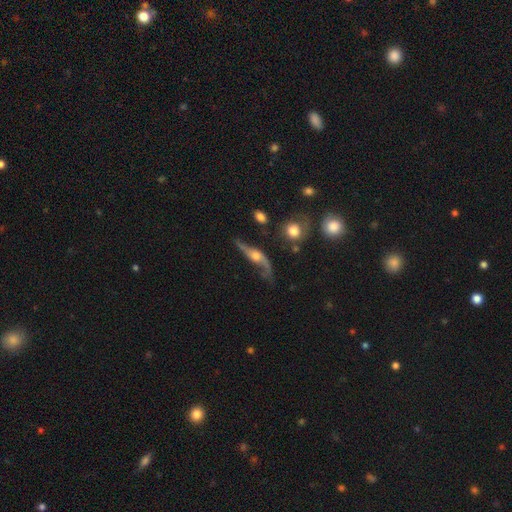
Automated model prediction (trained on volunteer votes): This is clearly a featured or disk galaxy (81%). It is likely not viewed edge-on (71%). Bar: likely no (63%). Spiral arm pattern: clearly yes (92%). Spiral arm count: clearly 2 (89%). Spiral winding: clearly loose (89%). Central bulge: possibly moderate (56%). Merging: possibly none (55%).